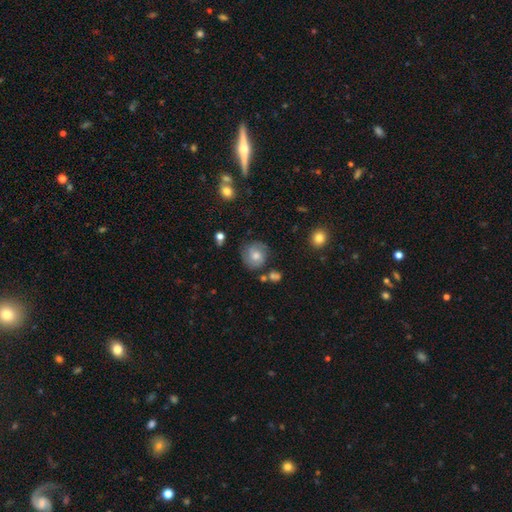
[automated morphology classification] Q: Smooth or featured?
A: smooth (48%); runner-up: featured or disk (43%)
Q: Merging?
A: none (73%); runner-up: minor disturbance (17%)